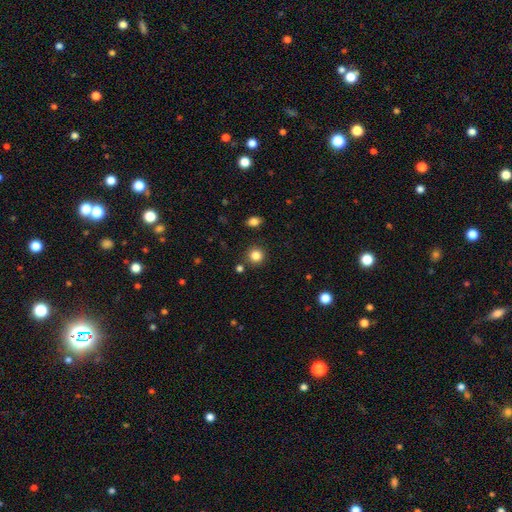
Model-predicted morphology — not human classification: The model was most divided on "smooth or featured": smooth: 84%, star or artifact: 12%, featured or disk: 5%. More confident: how rounded — round (92%); merging — none (88%).